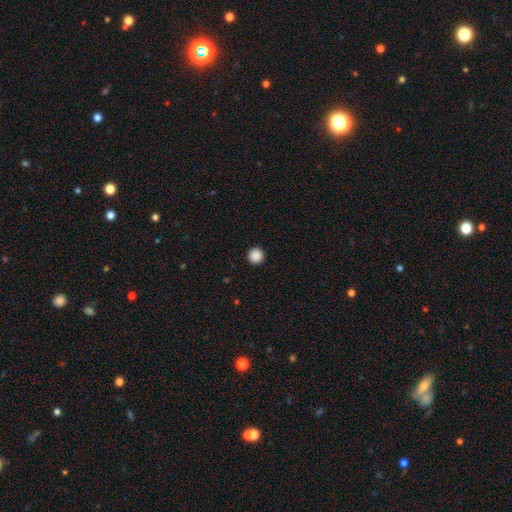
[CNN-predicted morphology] type=smooth (89%); roundness=round (96%); merging=none (94%).